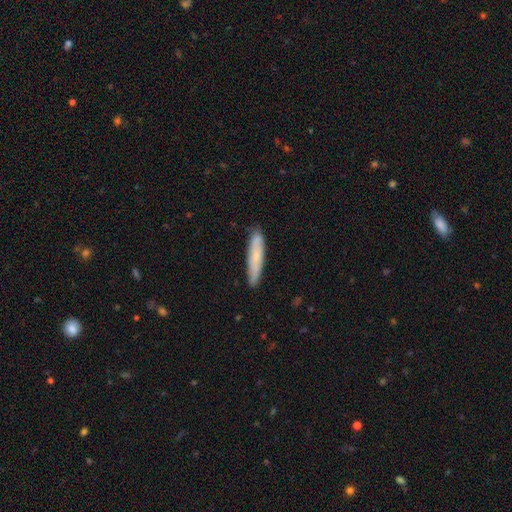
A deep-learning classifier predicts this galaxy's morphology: Overall: smooth (66%; featured or disk 28%). How rounded: cigar-shaped (90%). Merging: none (87%).